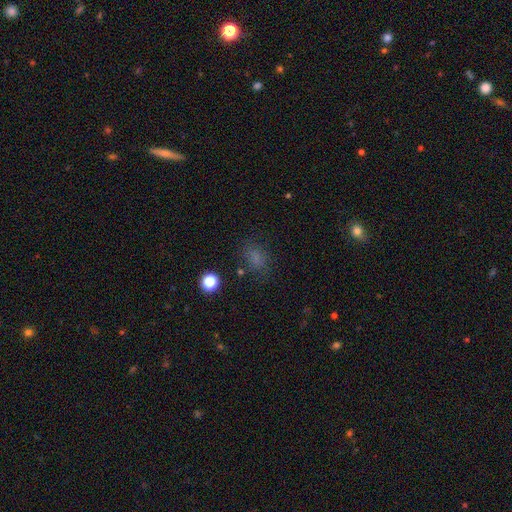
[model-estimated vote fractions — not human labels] Smooth or featured: smooth — 69% (star or artifact — 24%)
How rounded: in between — 65% (round — 33%)
Merging: none — 76% (minor disturbance — 15%)